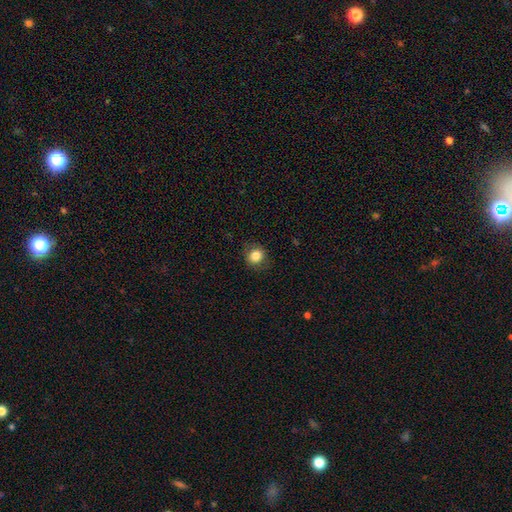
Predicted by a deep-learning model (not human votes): The model was most divided on "how rounded": round: 81%, in between: 18%, cigar-shaped: 1%. More confident: smooth or featured — smooth (84%); merging — none (84%).